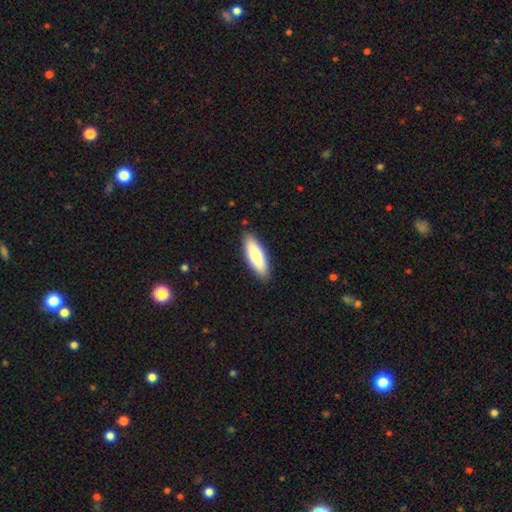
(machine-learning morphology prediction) A smooth galaxy with no disk features (73%) that is in between round and cigar-shaped (57%).

Vote fractions:
- Smooth or featured? smooth: 73% / featured or disk: 21% / star or artifact: 5%
- How rounded? in between: 57% / cigar-shaped: 41% / round: 2%
- Merging? none: 88% / minor disturbance: 9% / major disturbance: 2% / merger: 1%